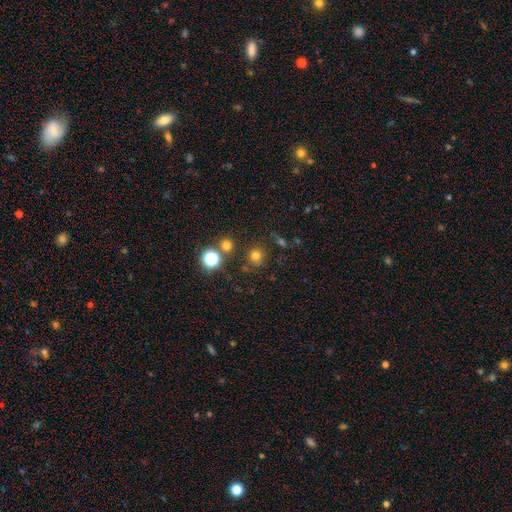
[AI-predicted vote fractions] This is likely a smooth galaxy (72%). How rounded: clearly round (91%). Merging: clearly none (81%).